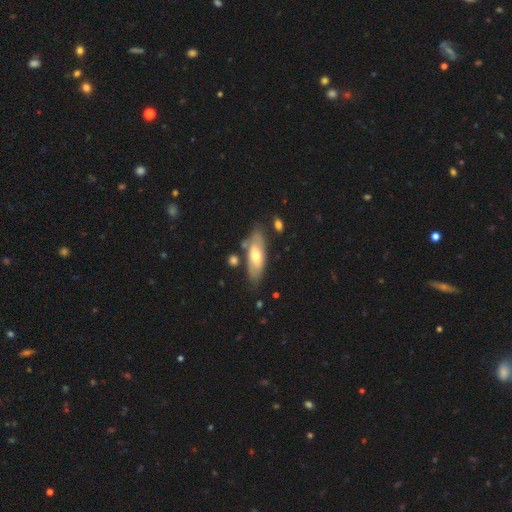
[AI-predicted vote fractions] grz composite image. It shows a smooth galaxy with no disk features (51%) that is in between round and cigar-shaped (71%). Merging: none (73%).